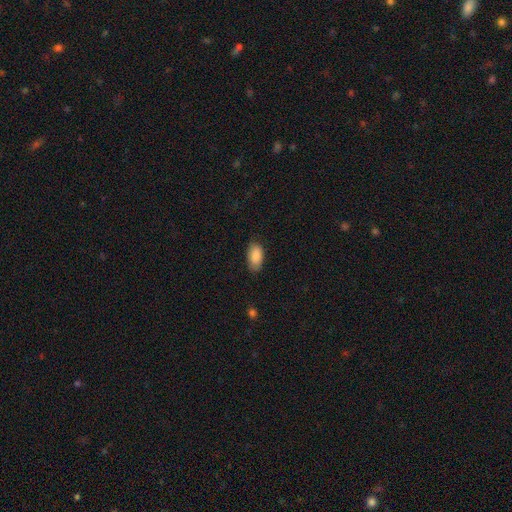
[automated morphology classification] Smooth or featured? smooth (88%)
How rounded? in between (94%)
Merging? none (81%)